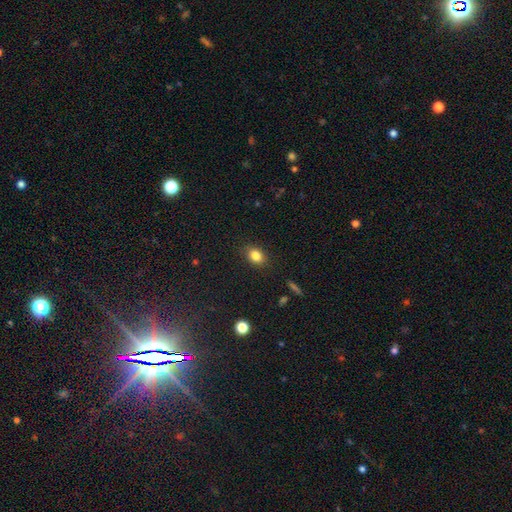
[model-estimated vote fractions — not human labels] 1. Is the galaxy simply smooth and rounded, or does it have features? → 83% smooth, 10% star or artifact, 7% featured or disk.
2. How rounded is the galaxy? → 66% in between, 33% round, 1% cigar-shaped.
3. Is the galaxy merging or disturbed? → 86% none, 11% minor disturbance, 3% major disturbance, 1% merger.